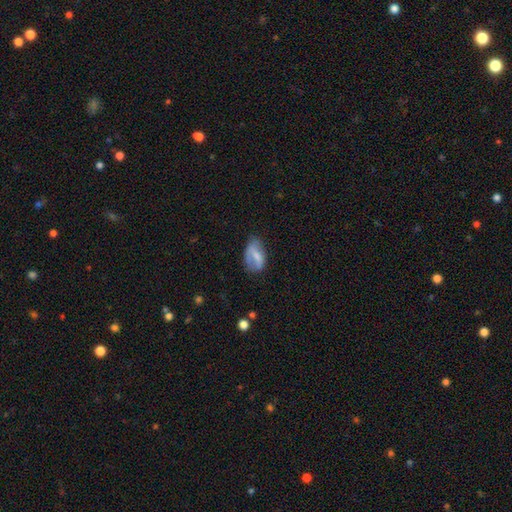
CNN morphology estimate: A smooth galaxy with no disk features (58%) that is in between round and cigar-shaped (89%). Merging: none (47%).